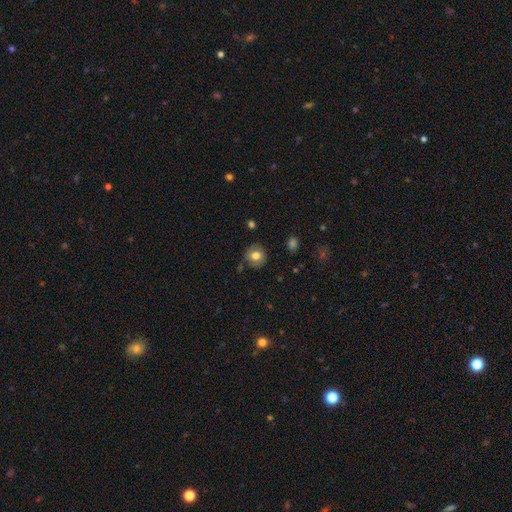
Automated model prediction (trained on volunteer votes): Morphology: type=smooth (76%); roundness=round (80%); merging=none (79%).